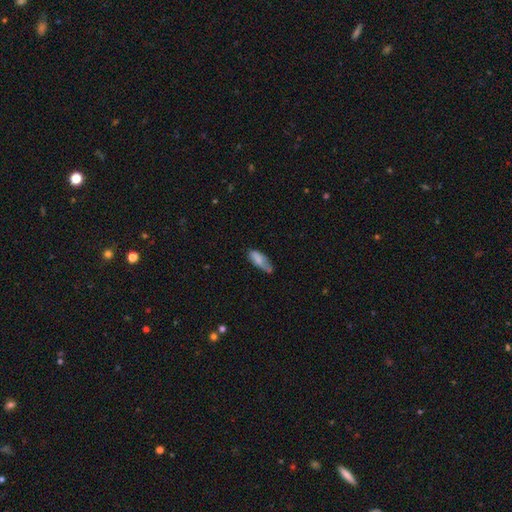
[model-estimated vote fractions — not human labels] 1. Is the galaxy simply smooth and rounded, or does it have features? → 68% smooth, 22% featured or disk, 10% star or artifact.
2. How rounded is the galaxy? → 69% in between, 28% cigar-shaped, 2% round.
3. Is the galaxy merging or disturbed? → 57% none, 30% minor disturbance, 10% major disturbance, 3% merger.